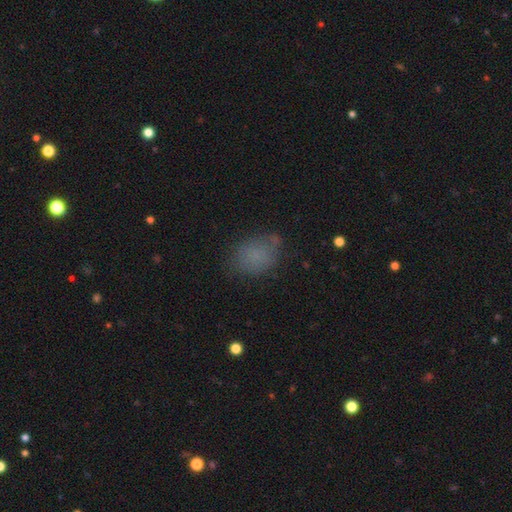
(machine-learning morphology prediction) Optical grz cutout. It shows a smooth galaxy with no disk features (76%) that is in between round and cigar-shaped (68%). Merging: none (66%).